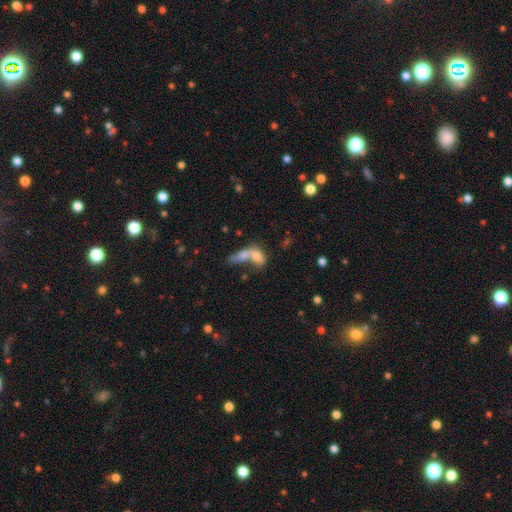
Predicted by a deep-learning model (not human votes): smooth-or-featured: smooth: 70% | featured or disk: 20% | star or artifact: 10%
  how-rounded: in between: 74% | cigar-shaped: 13% | round: 13%
  merging: merger: 66% | none: 20% | minor disturbance: 7% | major disturbance: 7%